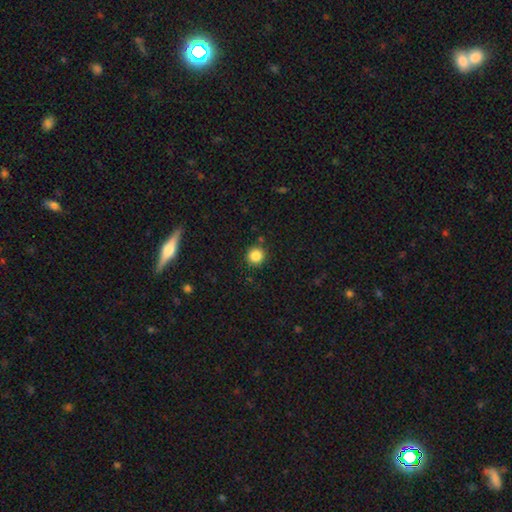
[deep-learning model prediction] Morphology: type=smooth (85%); roundness=round (94%); merging=none (88%).